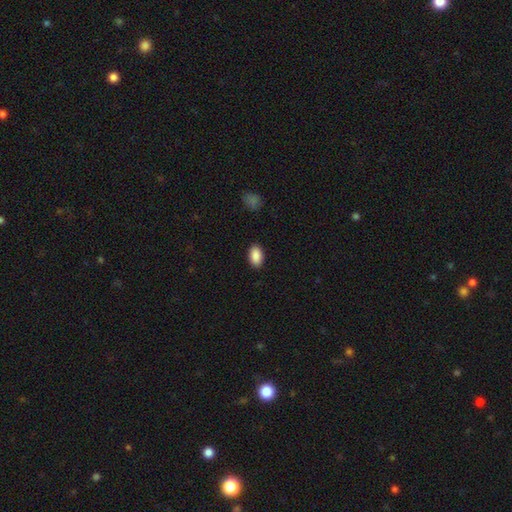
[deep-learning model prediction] smooth_or_featured: smooth (p=0.89) [alt: star or artifact p=0.07]
how_rounded: in between (p=0.92) [alt: round p=0.07]
merging: none (p=0.89) [alt: minor disturbance p=0.08]